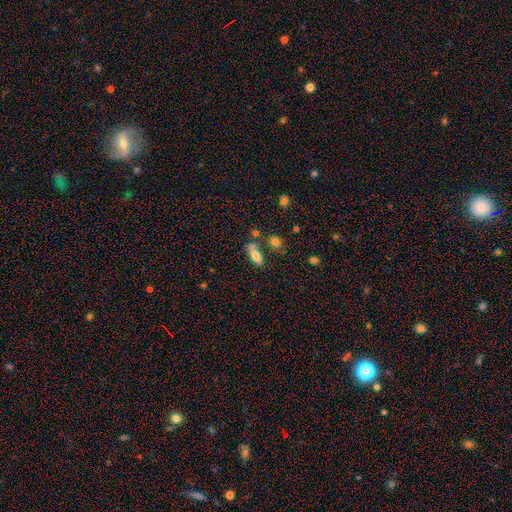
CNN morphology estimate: Smooth or featured? smooth (70%)
How rounded? in between (60%)
Merging? none (58%)